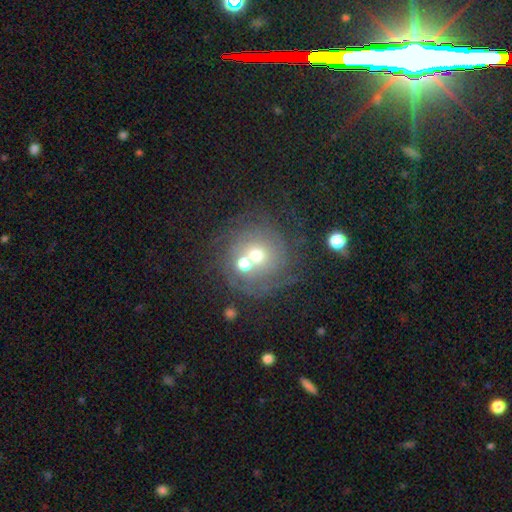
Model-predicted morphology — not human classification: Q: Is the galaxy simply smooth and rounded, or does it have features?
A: smooth — 42%.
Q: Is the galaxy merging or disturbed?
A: none — 50%.